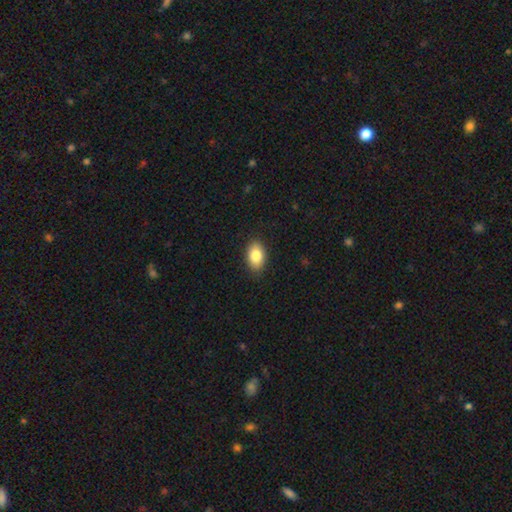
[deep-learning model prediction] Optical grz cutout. It shows a smooth galaxy with no disk features (84%) that is in between round and cigar-shaped (90%). Merging: none (88%).